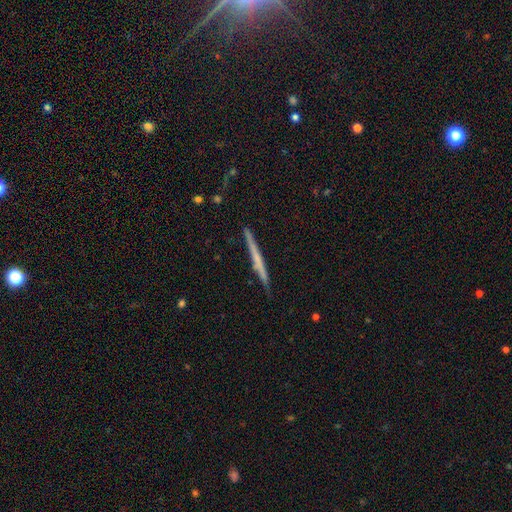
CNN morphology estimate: smooth-or-featured: featured or disk: 56% | smooth: 38% | star or artifact: 6%
  disk-edge-on: yes: 98% | no: 2%
    edge-on-bulge: none: 80% | rounded: 15% | boxy: 5%
  merging: none: 91% | minor disturbance: 7% | major disturbance: 1% | merger: 1%